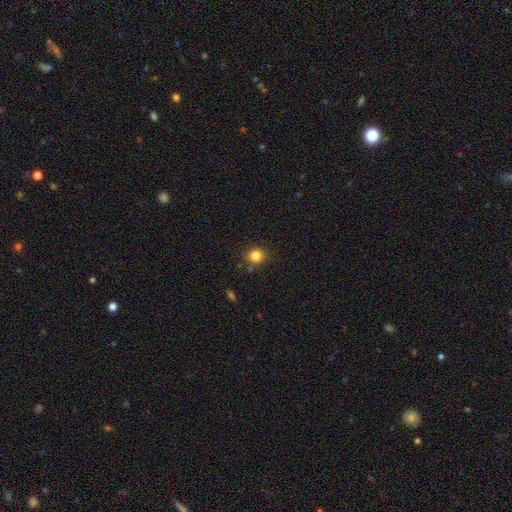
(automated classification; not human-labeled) This is clearly a smooth galaxy (83%). How rounded: likely round (79%). Merging: clearly none (84%).